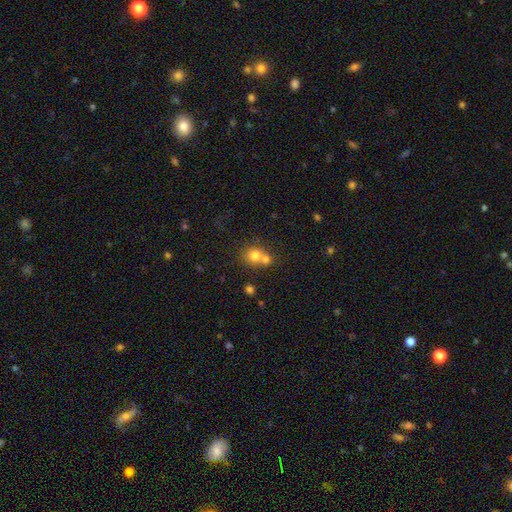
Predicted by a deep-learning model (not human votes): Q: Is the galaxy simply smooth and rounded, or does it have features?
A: smooth — 75%.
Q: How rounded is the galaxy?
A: round — 79%.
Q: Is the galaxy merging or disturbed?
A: merger — 54%.